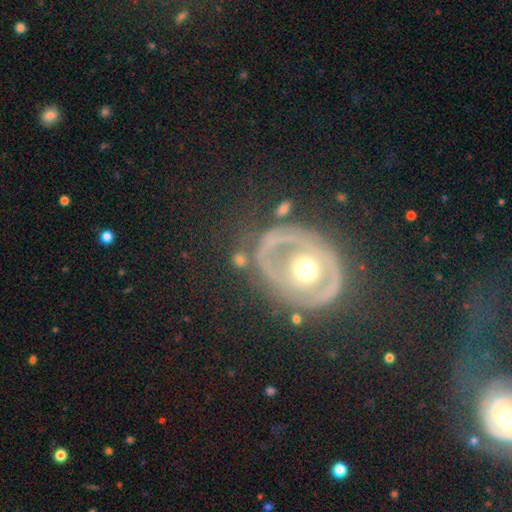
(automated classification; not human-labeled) Smooth or featured? featured or disk (68%)
Edge-on disk? no (93%)
Bar? no (78%)
Spiral arms? no (63%)
Bulge size? moderate (72%)
Merging? none (70%)